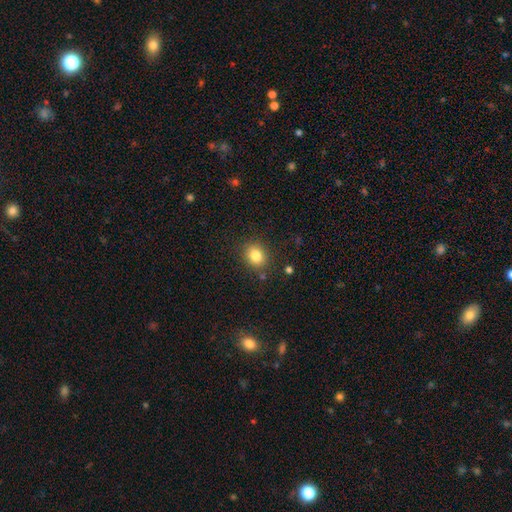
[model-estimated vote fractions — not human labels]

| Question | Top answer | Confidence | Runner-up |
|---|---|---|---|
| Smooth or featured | smooth | 82% | star or artifact (11%) |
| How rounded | round | 65% | in between (34%) |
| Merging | none | 85% | minor disturbance (9%) |